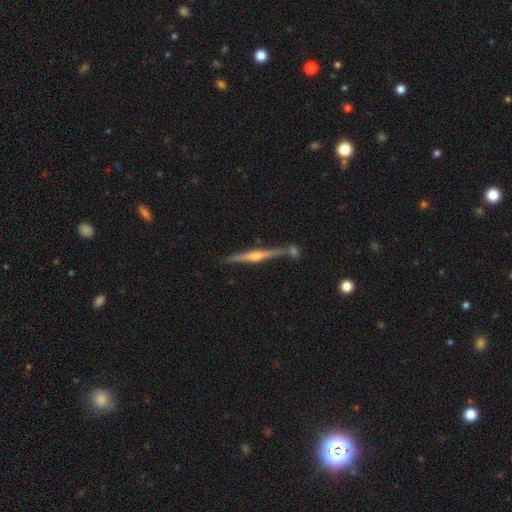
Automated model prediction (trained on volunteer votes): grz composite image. It shows a featured or disk galaxy (80%) viewed edge-on (98%) with a rounded central bulge (86%). Merging: none (79%).